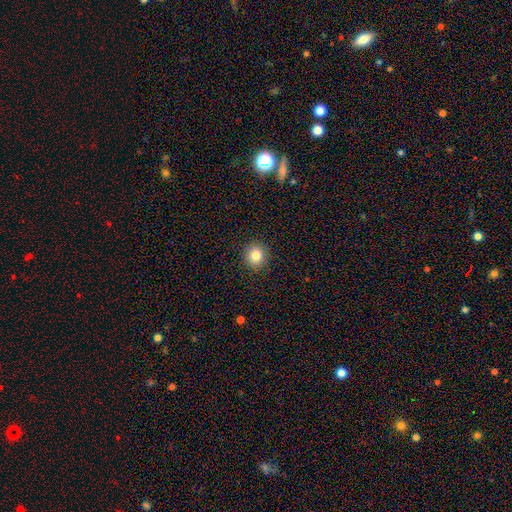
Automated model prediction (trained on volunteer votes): Smooth or featured? smooth (83%)
How rounded? round (89%)
Merging? none (91%)